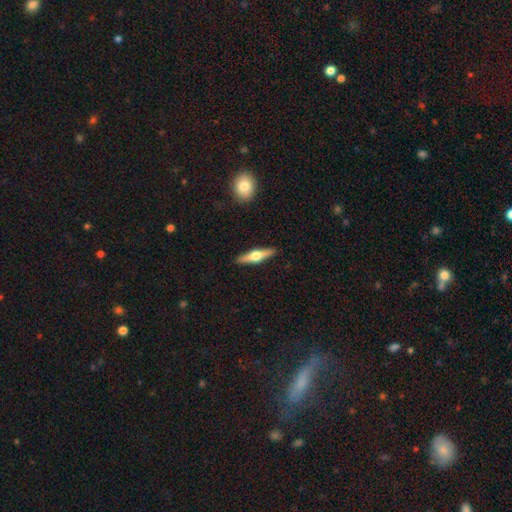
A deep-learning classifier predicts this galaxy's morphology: smooth_or_featured: featured or disk (p=0.67) [alt: smooth p=0.28]
disk_edge_on: yes (p=0.97) [alt: no p=0.03]
edge_on_bulge: rounded (p=0.96) [alt: boxy p=0.03]
merging: none (p=0.91) [alt: minor disturbance p=0.06]